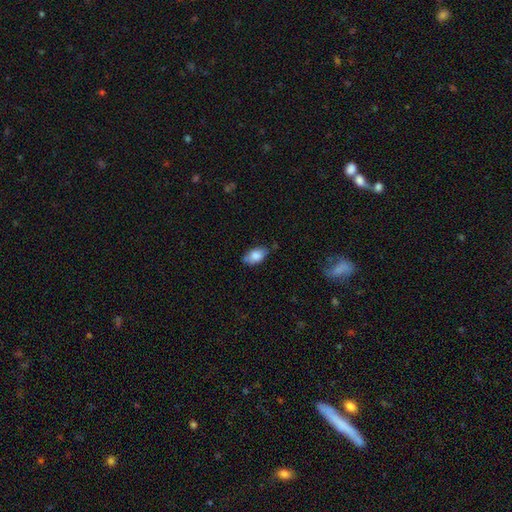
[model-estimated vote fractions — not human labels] Overall: smooth (82%). How rounded: in between (92%). Merging: none (71%).